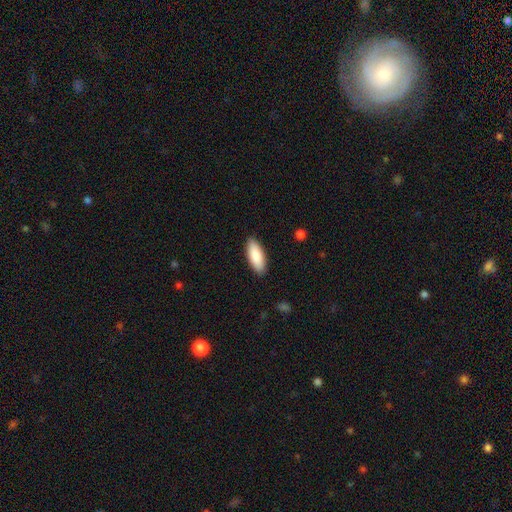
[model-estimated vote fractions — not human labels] Smooth or featured?
  - smooth: 88% *
  - featured or disk: 7%
  - star or artifact: 5%
How rounded?
  - in between: 77% *
  - cigar-shaped: 21%
  - round: 2%
Merging?
  - none: 90% *
  - minor disturbance: 8%
  - major disturbance: 2%
  - merger: 1%